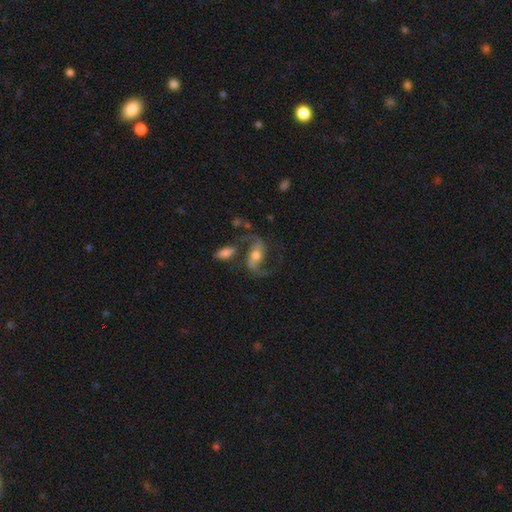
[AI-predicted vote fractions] The model was most divided on "bar": weak: 37%, no: 34%, strong: 29%. More confident: edge-on disk — no (96%); spiral arms — yes (95%); spiral arm count — 2 (92%); smooth or featured — featured or disk (83%); spiral winding — loose (64%); bulge size — moderate (64%); merging — none (60%).